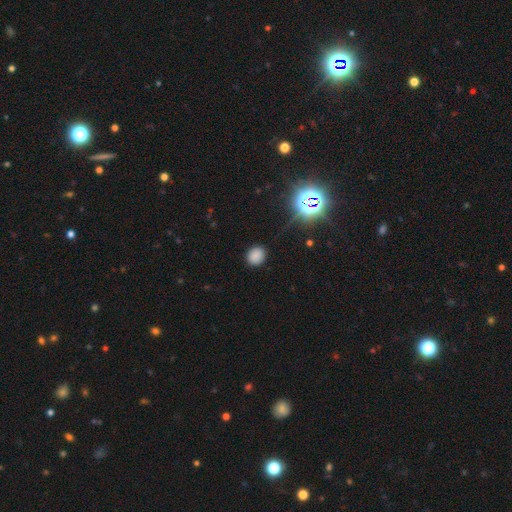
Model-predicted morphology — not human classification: Smooth or featured? smooth (79%)
How rounded? round (71%)
Merging? none (87%)